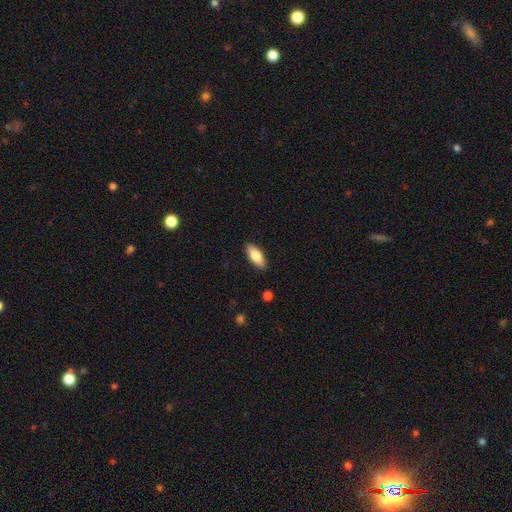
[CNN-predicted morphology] smooth_or_featured: smooth (p=0.79) [alt: featured or disk p=0.15]
how_rounded: in between (p=0.75) [alt: cigar-shaped p=0.23]
merging: none (p=0.88) [alt: minor disturbance p=0.09]